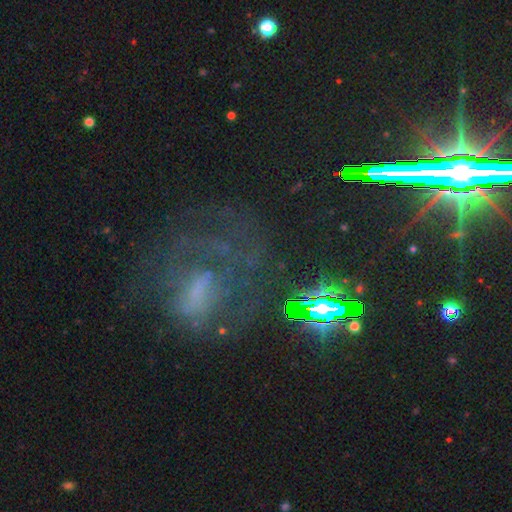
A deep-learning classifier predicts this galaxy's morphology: Smooth or featured? Predicted: featured or disk (p=0.42). Merging? Predicted: none (p=0.47).